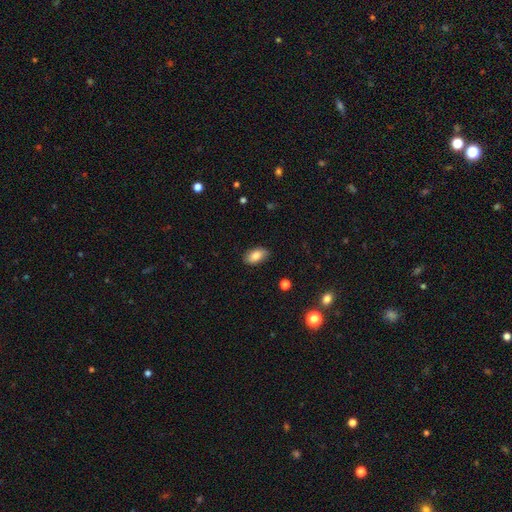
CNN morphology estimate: This is clearly a smooth galaxy (83%). How rounded: clearly in between (93%). Merging: clearly none (84%).